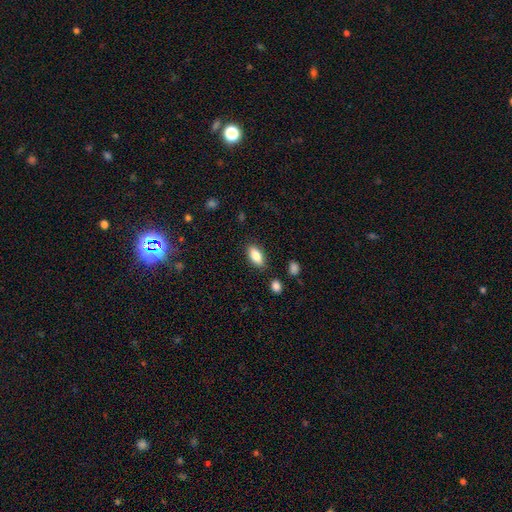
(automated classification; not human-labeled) This is clearly a smooth galaxy (82%). How rounded: clearly in between (86%). Merging: clearly none (85%).